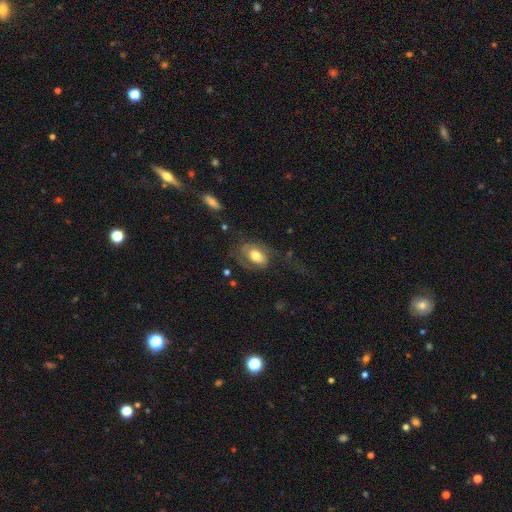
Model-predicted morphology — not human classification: smooth_or_featured: smooth (p=0.51) [alt: featured or disk p=0.42]
how_rounded: in between (p=0.87) [alt: round p=0.11]
merging: none (p=0.45) [alt: major disturbance p=0.32]